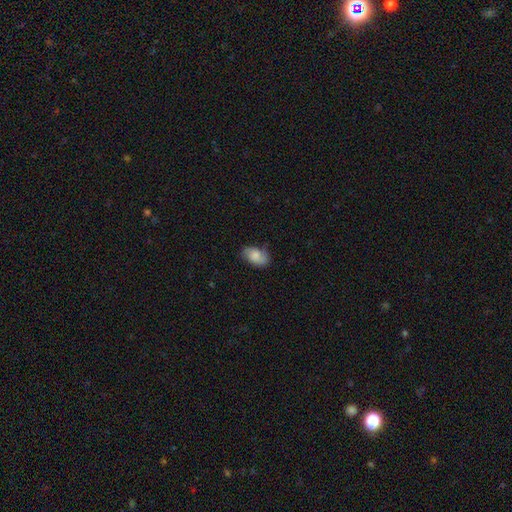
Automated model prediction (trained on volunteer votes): Smooth or featured? Predicted: smooth (p=0.75). How rounded? Predicted: in between (p=0.91). Merging? Predicted: none (p=0.63).